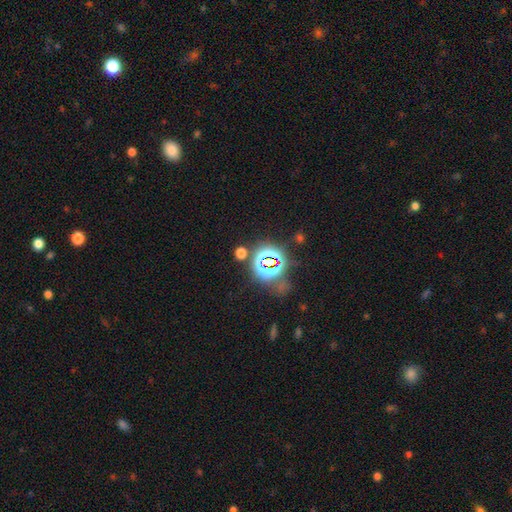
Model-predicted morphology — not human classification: smooth_or_featured: star or artifact (p=0.77) [alt: smooth p=0.15]